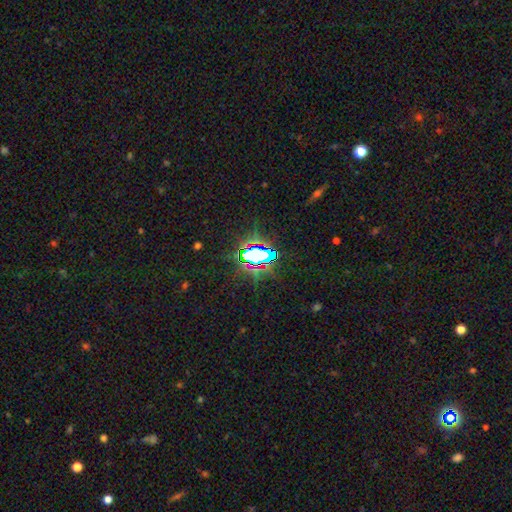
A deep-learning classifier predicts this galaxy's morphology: Smooth or featured?
  - star or artifact: 70% *
  - smooth: 17%
  - featured or disk: 12%